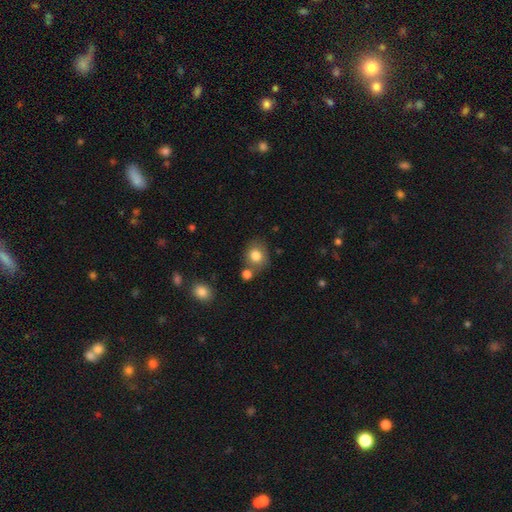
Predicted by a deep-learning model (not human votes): The model was most divided on "how rounded": round: 67%, in between: 32%, cigar-shaped: 1%. More confident: smooth or featured — smooth (81%); merging — none (68%).